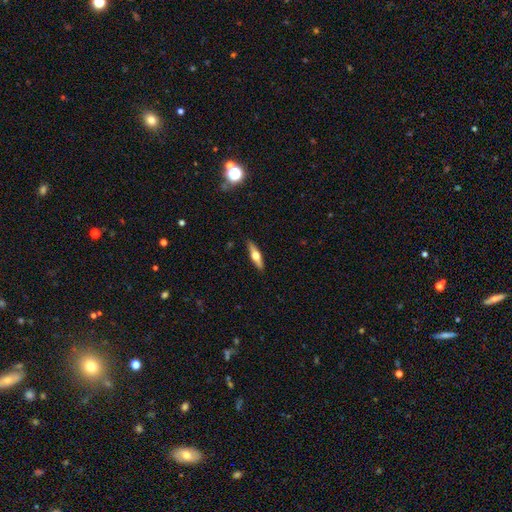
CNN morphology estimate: A featured or disk galaxy (54%) viewed edge-on (93%) with a rounded central bulge (95%). Merging: none (90%).